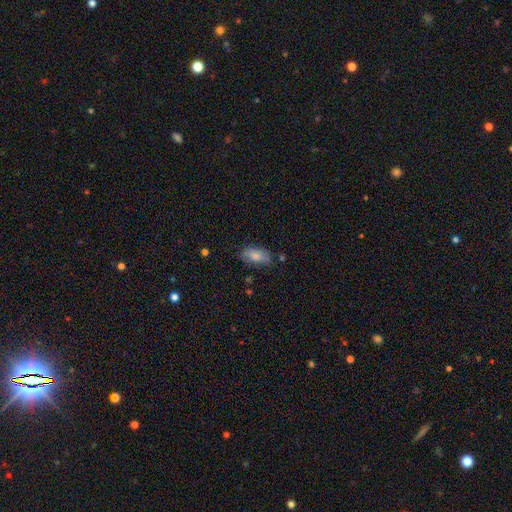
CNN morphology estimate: Smooth or featured? Predicted: smooth (p=0.81). How rounded? Predicted: in between (p=0.89). Merging? Predicted: none (p=0.72).